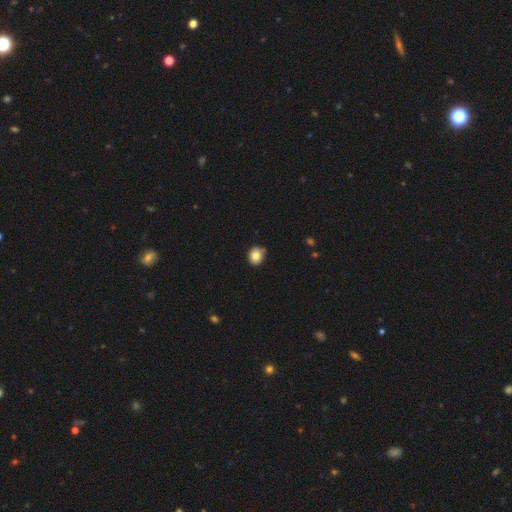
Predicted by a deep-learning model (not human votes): Q: Smooth or featured?
A: smooth (81%); runner-up: star or artifact (10%)
Q: How rounded?
A: round (74%); runner-up: in between (25%)
Q: Merging?
A: none (71%); runner-up: minor disturbance (23%)